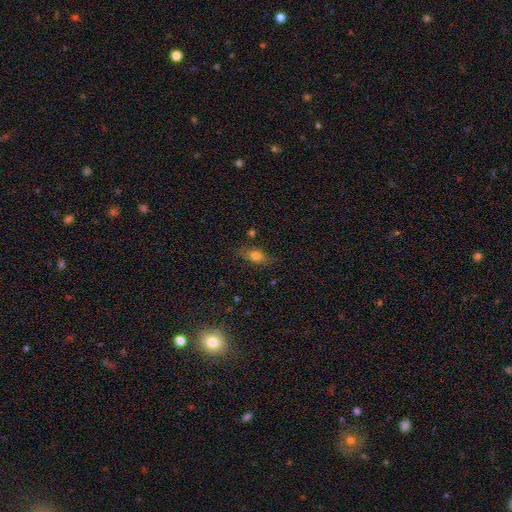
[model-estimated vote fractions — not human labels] Q: Smooth or featured?
A: smooth (66%); runner-up: featured or disk (23%)
Q: How rounded?
A: in between (70%); runner-up: cigar-shaped (18%)
Q: Merging?
A: none (77%); runner-up: minor disturbance (16%)